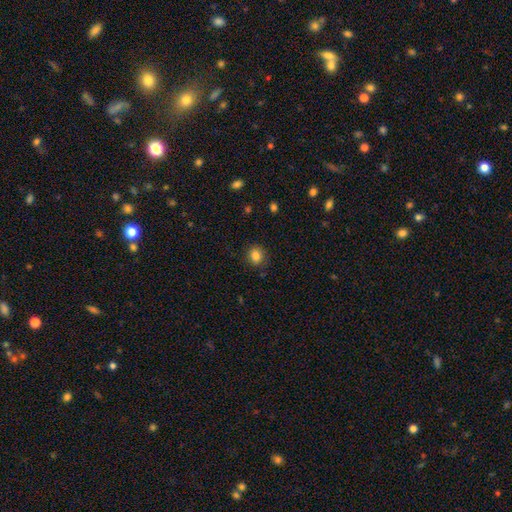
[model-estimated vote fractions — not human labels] smooth 84%, star or artifact 11%, featured or disk 5%. Down the decision tree: how rounded — round (71%); merging — none (87%).